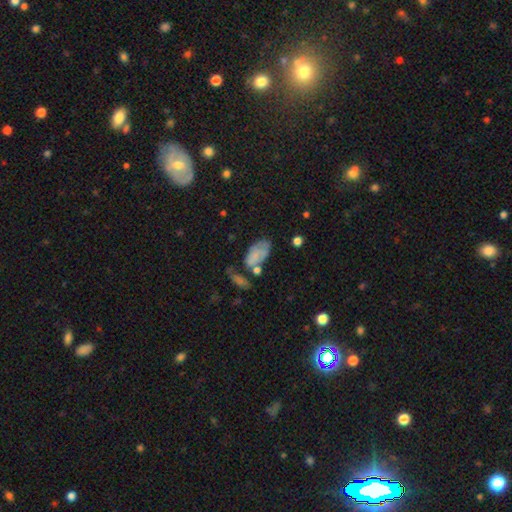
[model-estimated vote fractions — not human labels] smooth_or_featured: smooth (p=0.68) [alt: featured or disk p=0.23]
how_rounded: in between (p=0.92) [alt: round p=0.04]
merging: none (p=0.37) [alt: minor disturbance p=0.27]